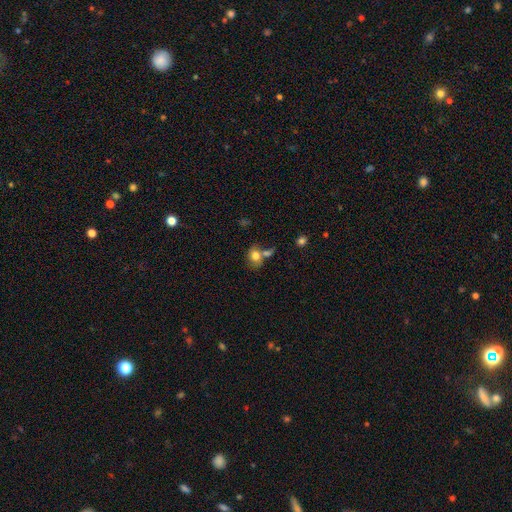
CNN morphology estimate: This is likely a smooth galaxy (77%). How rounded: possibly in between (51%). Merging: marginally none (41%).